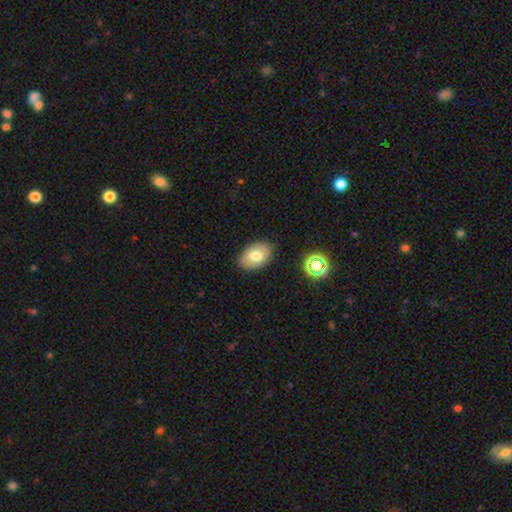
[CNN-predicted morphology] This is likely a smooth galaxy (70%). How rounded: clearly in between (84%). Merging: clearly none (86%).